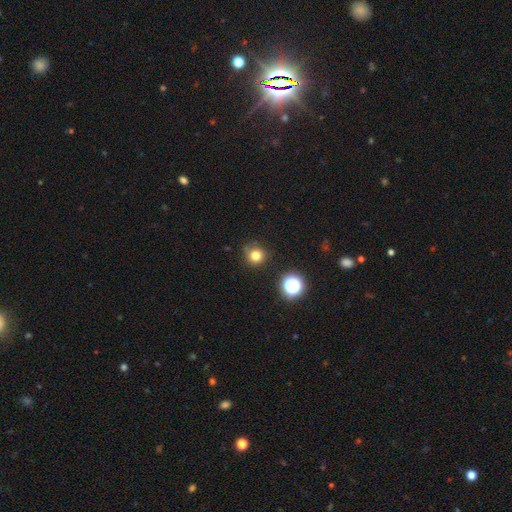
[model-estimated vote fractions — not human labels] smooth-or-featured: smooth: 77% | star or artifact: 16% | featured or disk: 7%
  how-rounded: round: 90% | in between: 9% | cigar-shaped: 1%
  merging: none: 75% | minor disturbance: 18% | major disturbance: 5% | merger: 2%